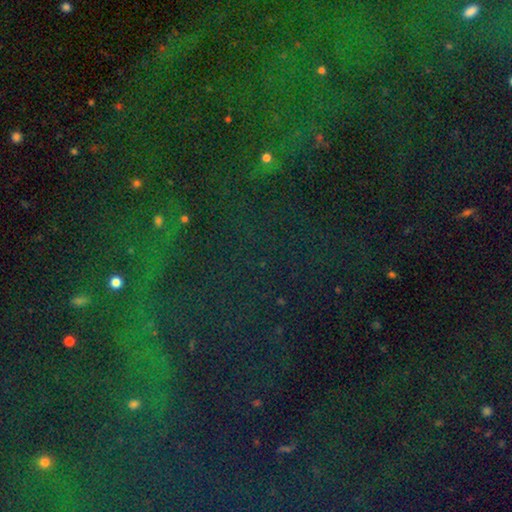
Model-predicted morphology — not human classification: smooth-or-featured: star or artifact: 82% | smooth: 10% | featured or disk: 8%